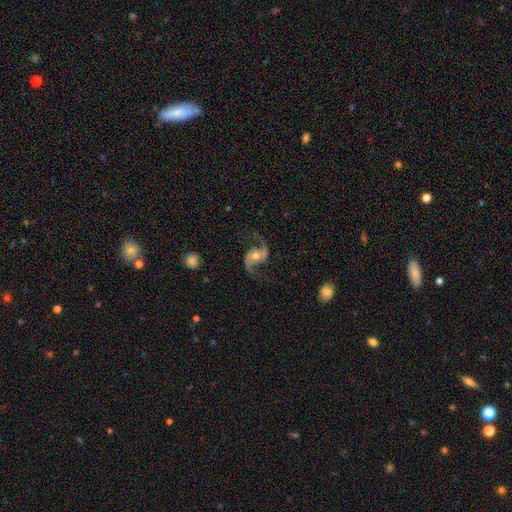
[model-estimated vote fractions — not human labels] Overall: featured or disk (90%). Edge-on disk: no (98%). Bar: no (58%; weak 29%). Spiral arms: yes (97%). Spiral arm count: 2 (95%). Spiral winding: loose (70%). Bulge size: moderate (72%). Merging: none (79%).